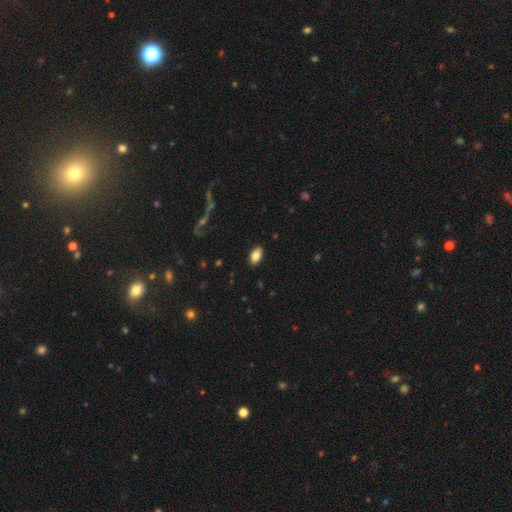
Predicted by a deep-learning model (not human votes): smooth_or_featured: smooth (p=0.81) [alt: featured or disk p=0.11]
how_rounded: in between (p=0.91) [alt: round p=0.06]
merging: none (p=0.87) [alt: minor disturbance p=0.10]